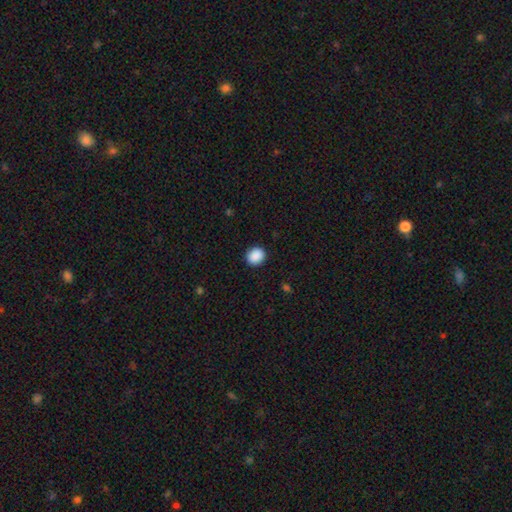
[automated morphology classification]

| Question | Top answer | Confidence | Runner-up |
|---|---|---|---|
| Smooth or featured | smooth | 90% | star or artifact (8%) |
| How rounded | round | 76% | in between (23%) |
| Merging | none | 91% | minor disturbance (6%) |